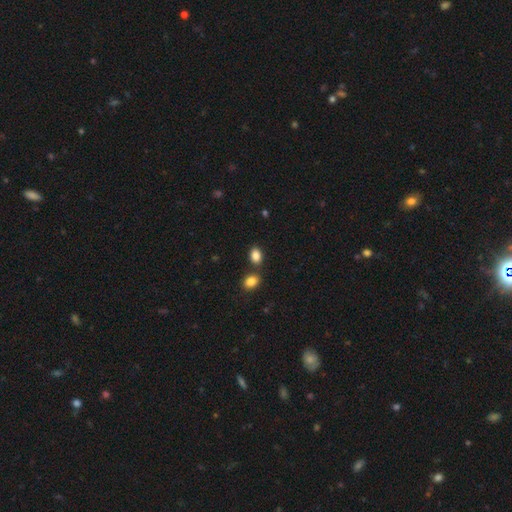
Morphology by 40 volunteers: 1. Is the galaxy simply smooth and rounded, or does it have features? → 92% smooth, 5% star or artifact, 2% featured or disk.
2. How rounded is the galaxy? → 78% in between, 22% round, 0% cigar-shaped.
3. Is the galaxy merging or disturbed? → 76% none, 13% minor disturbance, 11% merger, 0% major disturbance.